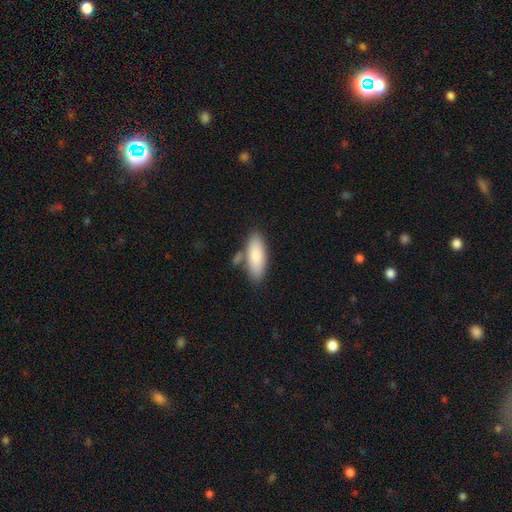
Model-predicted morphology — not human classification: This is clearly a smooth galaxy (83%). How rounded: likely in between (74%). Merging: likely none (67%).